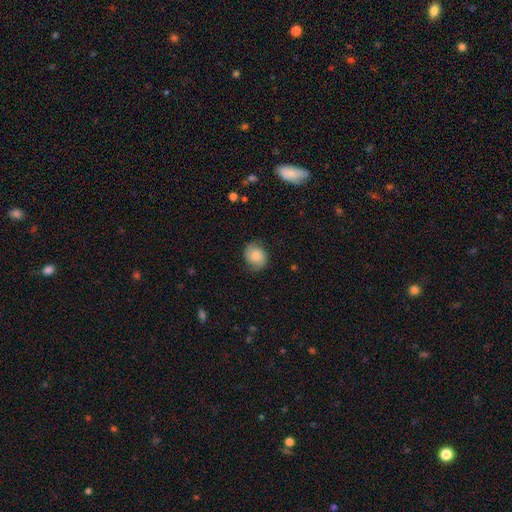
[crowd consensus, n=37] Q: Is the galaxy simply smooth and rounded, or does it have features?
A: smooth — 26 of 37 (70%).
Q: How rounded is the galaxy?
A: round — 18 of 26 (69%).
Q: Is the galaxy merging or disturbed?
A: none — 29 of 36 (81%).